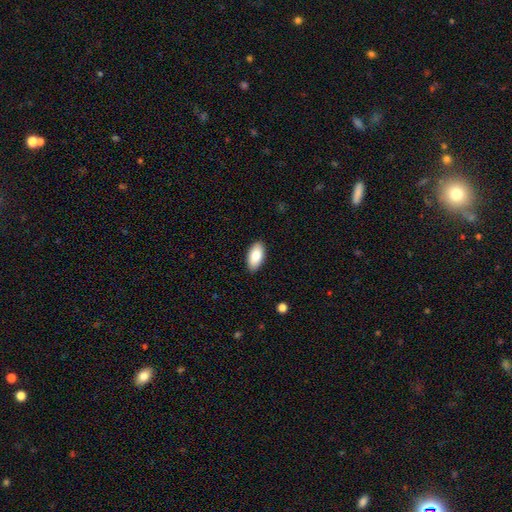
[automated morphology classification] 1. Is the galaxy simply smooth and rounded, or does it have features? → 87% smooth, 7% featured or disk, 6% star or artifact.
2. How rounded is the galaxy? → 94% in between, 3% cigar-shaped, 2% round.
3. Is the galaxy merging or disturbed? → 88% none, 9% minor disturbance, 2% major disturbance, 1% merger.